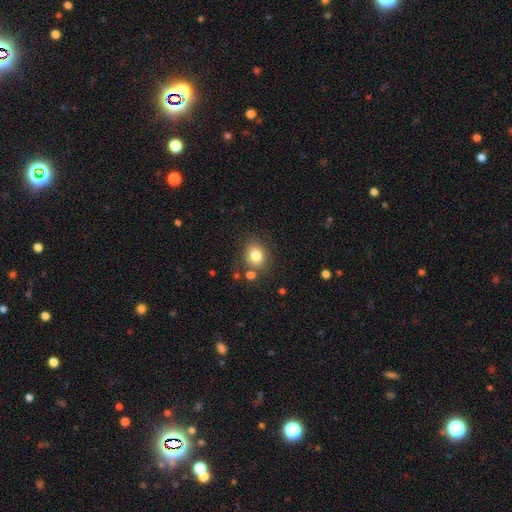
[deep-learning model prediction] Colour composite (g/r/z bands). It shows a smooth galaxy with no disk features (80%) that is round (65%). Merging: none (74%).